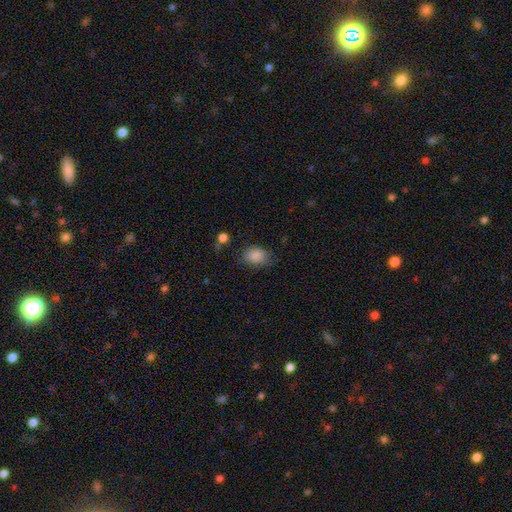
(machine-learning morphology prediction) This appears to be a smooth galaxy with no disk features (87%) that is in between round and cigar-shaped (74%). Merging: none (71%).